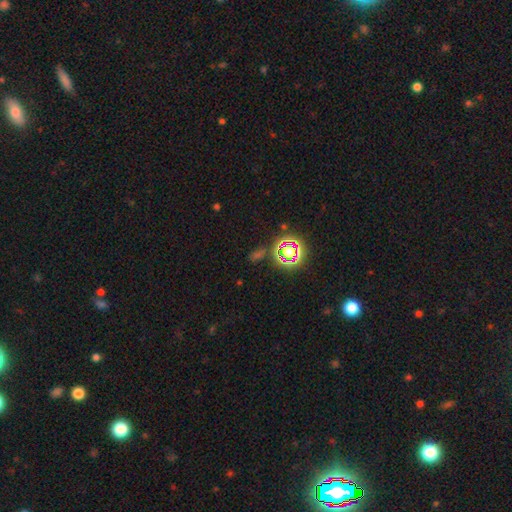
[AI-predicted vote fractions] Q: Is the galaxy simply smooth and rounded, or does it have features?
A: star or artifact — 69%.